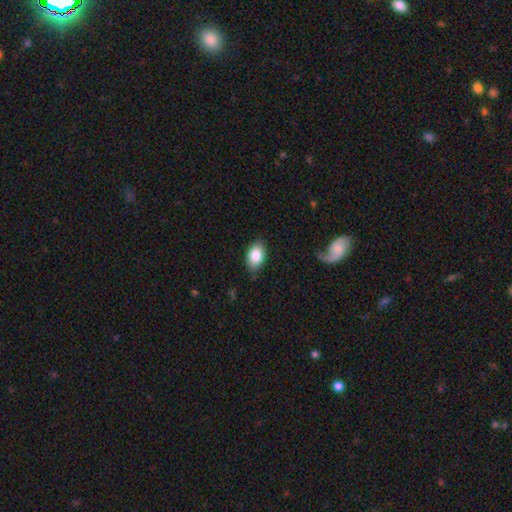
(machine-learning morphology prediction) This appears to be a smooth galaxy with no disk features (84%) that is in between round and cigar-shaped (88%). Merging: none (82%).